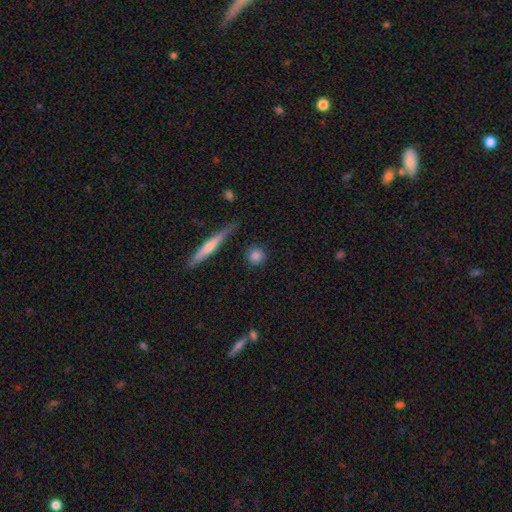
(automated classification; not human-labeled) Smooth or featured?
  - smooth: 81% *
  - featured or disk: 10%
  - star or artifact: 8%
How rounded?
  - round: 86% *
  - in between: 8%
  - cigar-shaped: 6%
Merging?
  - none: 86% *
  - minor disturbance: 9%
  - merger: 3%
  - major disturbance: 3%